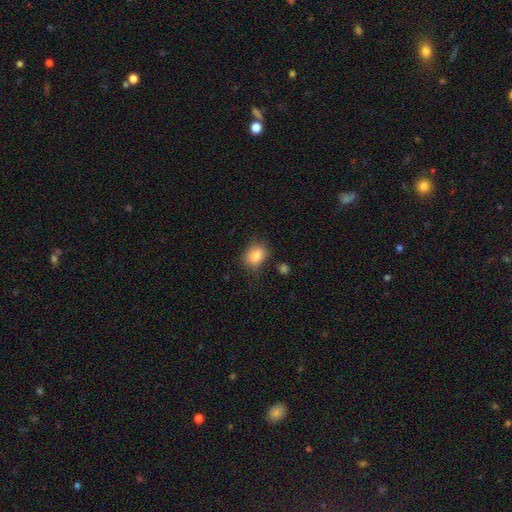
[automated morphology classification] Q: Smooth or featured?
A: smooth (84%); runner-up: star or artifact (9%)
Q: How rounded?
A: in between (58%); runner-up: round (41%)
Q: Merging?
A: none (70%); runner-up: minor disturbance (21%)